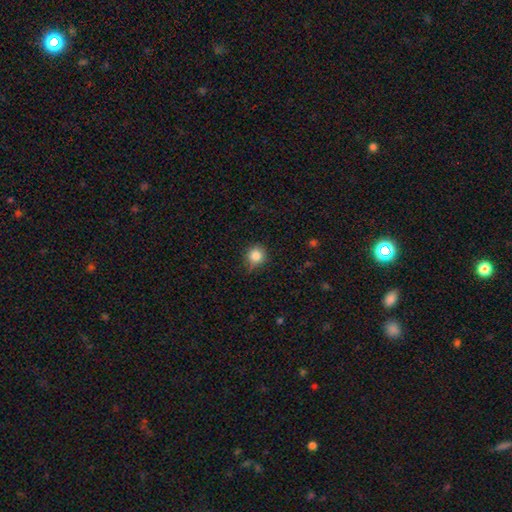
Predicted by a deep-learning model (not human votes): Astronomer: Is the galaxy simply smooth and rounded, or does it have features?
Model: smooth — 85%.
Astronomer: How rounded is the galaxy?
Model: round — 91%.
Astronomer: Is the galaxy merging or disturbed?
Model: none — 76%.